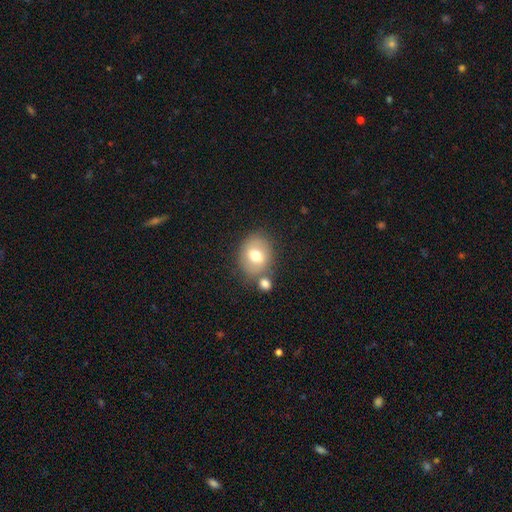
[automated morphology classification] Smooth or featured? smooth (68%)
How rounded? round (59%)
Merging? none (63%)